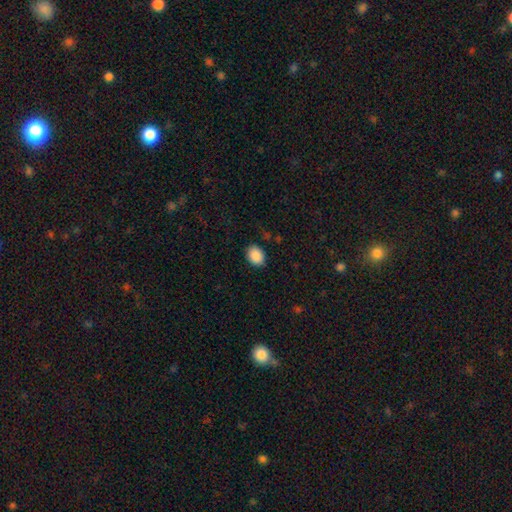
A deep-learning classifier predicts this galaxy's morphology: Smooth or featured? smooth (89%)
How rounded? in between (58%)
Merging? none (88%)